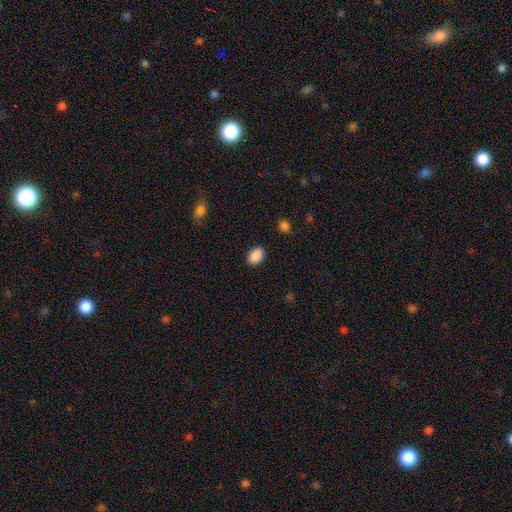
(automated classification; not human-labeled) Smooth or featured?
  - smooth: 90% *
  - star or artifact: 8%
  - featured or disk: 3%
How rounded?
  - in between: 82% *
  - round: 17%
  - cigar-shaped: 1%
Merging?
  - none: 89% *
  - minor disturbance: 8%
  - major disturbance: 2%
  - merger: 1%